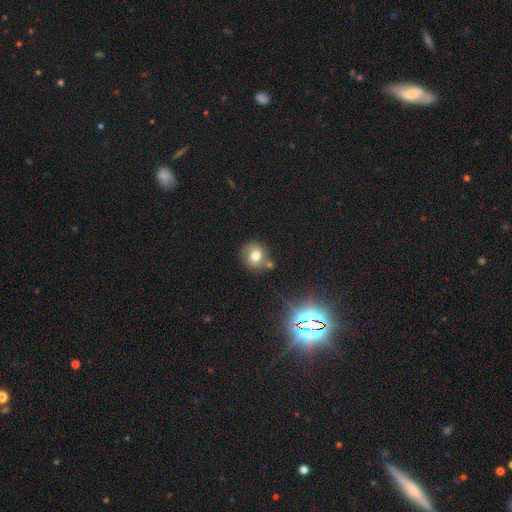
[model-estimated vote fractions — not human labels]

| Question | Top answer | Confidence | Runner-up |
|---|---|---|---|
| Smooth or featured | smooth | 72% | star or artifact (15%) |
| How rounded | round | 84% | in between (15%) |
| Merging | none | 69% | merger (14%) |